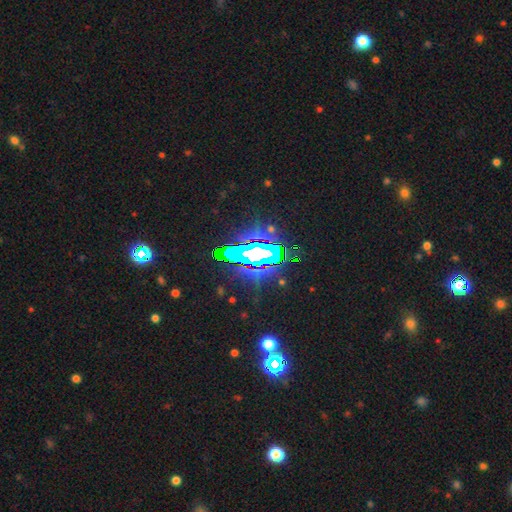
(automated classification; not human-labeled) A star or artifact, not a galaxy (72%).

Vote fractions:
- Smooth or featured? star or artifact: 72% / featured or disk: 16% / smooth: 12%